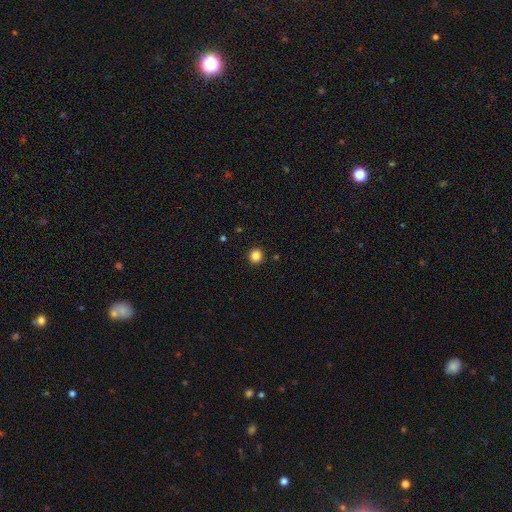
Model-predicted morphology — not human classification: Smooth or featured?
  - smooth: 85% *
  - star or artifact: 12%
  - featured or disk: 4%
How rounded?
  - round: 90% *
  - in between: 9%
  - cigar-shaped: 1%
Merging?
  - none: 92% *
  - minor disturbance: 5%
  - major disturbance: 2%
  - merger: 1%